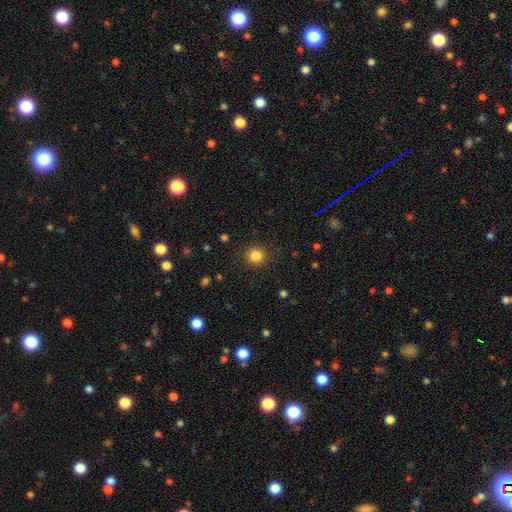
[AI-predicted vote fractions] smooth 84%, star or artifact 12%, featured or disk 4%. Down the decision tree: how rounded — round (87%); merging — none (89%).